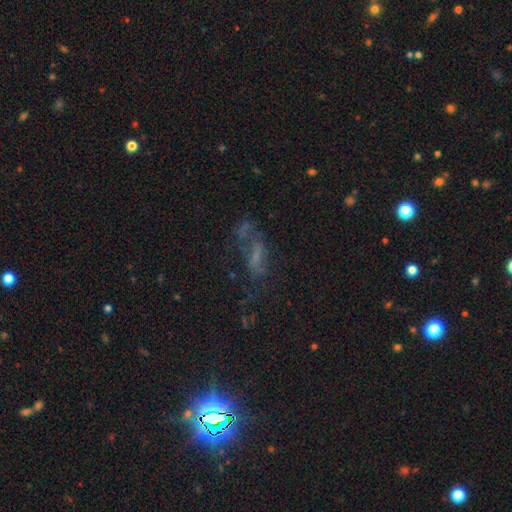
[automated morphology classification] smooth_or_featured: featured or disk (p=0.37) [alt: star or artifact p=0.33]
merging: none (p=0.40) [alt: major disturbance p=0.31]